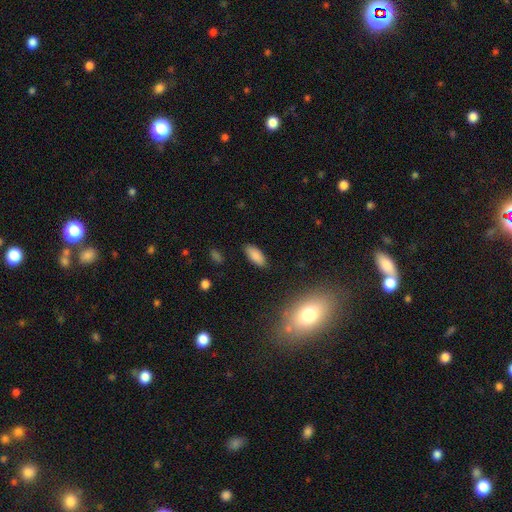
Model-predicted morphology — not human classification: Overall: smooth (86%). How rounded: in between (86%). Merging: none (87%).